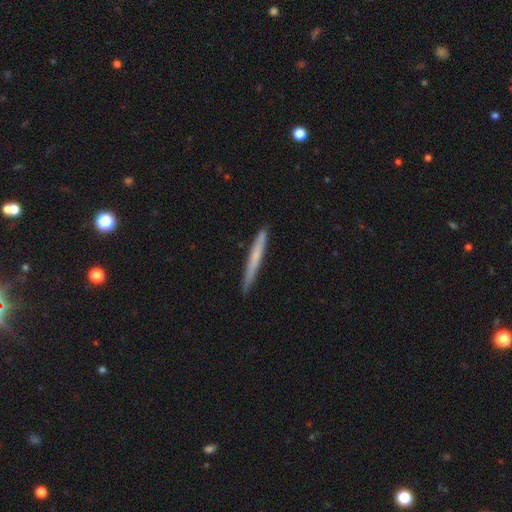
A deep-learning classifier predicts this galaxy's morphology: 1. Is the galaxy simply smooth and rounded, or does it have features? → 56% smooth, 38% featured or disk, 6% star or artifact.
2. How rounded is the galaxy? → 97% cigar-shaped, 2% in between, 1% round.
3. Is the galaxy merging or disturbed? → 88% none, 9% minor disturbance, 1% major disturbance, 1% merger.